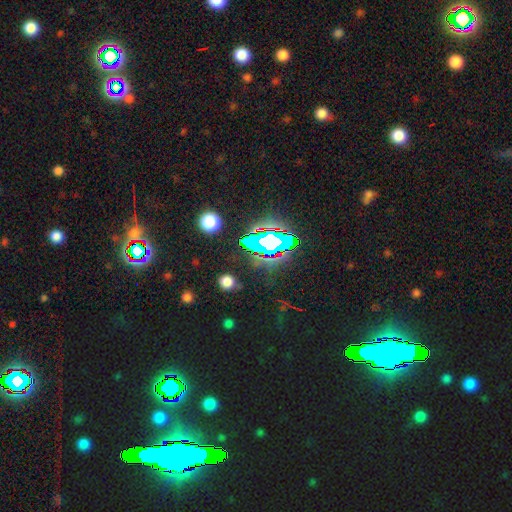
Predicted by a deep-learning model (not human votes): This is clearly a star or artifact rather than a galaxy (81%).